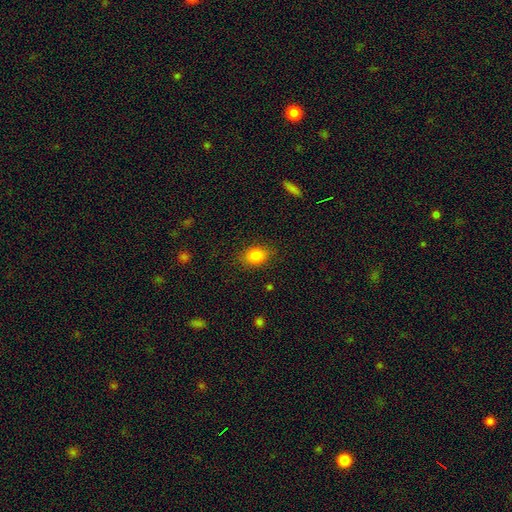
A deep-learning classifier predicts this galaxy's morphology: smooth_or_featured: smooth (p=0.83) [alt: star or artifact p=0.10]
how_rounded: in between (p=0.70) [alt: round p=0.28]
merging: none (p=0.84) [alt: minor disturbance p=0.11]